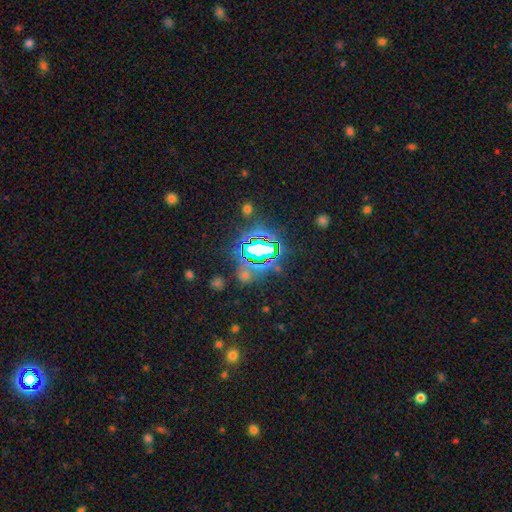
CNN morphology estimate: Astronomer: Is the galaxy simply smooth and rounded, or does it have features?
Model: star or artifact — 77%.